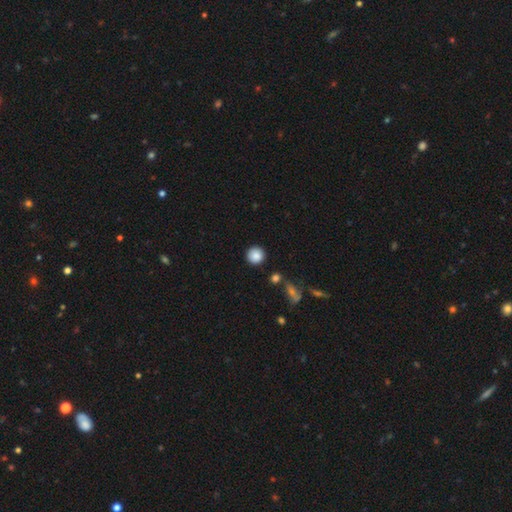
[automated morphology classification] Smooth or featured? Predicted: smooth (p=0.86). How rounded? Predicted: round (p=0.94). Merging? Predicted: none (p=0.89).